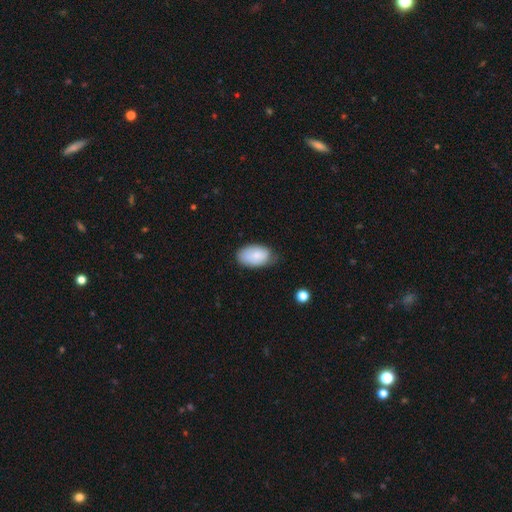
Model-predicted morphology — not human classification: smooth-or-featured: smooth: 82% | featured or disk: 11% | star or artifact: 7%
  how-rounded: in between: 93% | round: 5% | cigar-shaped: 1%
  merging: none: 66% | minor disturbance: 28% | major disturbance: 5% | merger: 1%